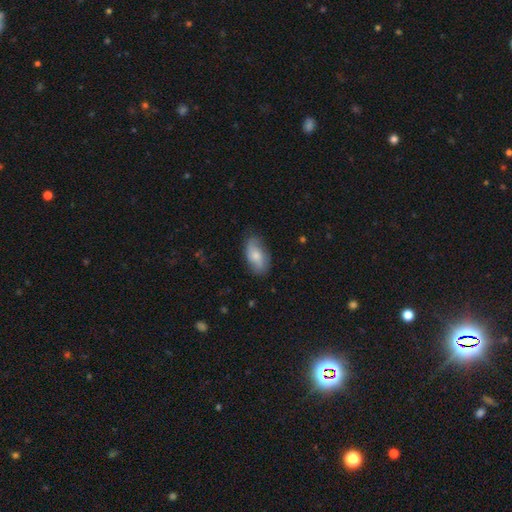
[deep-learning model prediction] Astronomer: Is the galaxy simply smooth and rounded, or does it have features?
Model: smooth — 67%.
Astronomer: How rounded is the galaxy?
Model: in between — 92%.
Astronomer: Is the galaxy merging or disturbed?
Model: none — 74%.